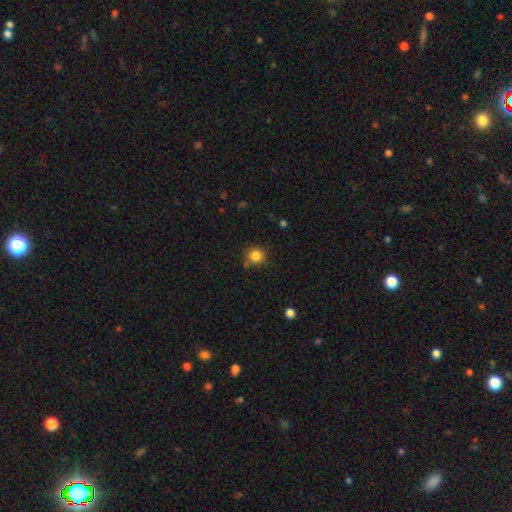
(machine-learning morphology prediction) Smooth or featured? Predicted: smooth (p=0.84). How rounded? Predicted: round (p=0.92). Merging? Predicted: none (p=0.80).